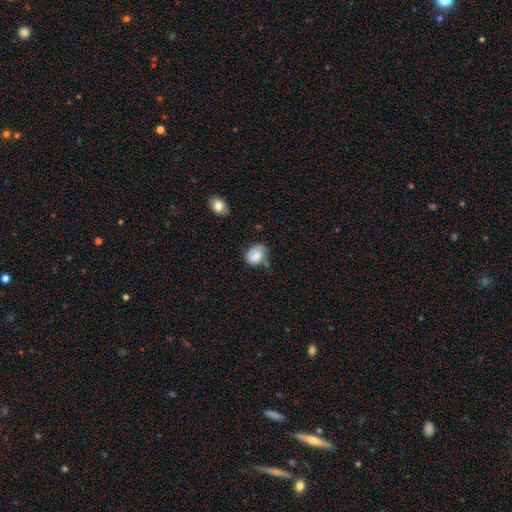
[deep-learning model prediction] The model was most divided on "merging": none: 49%, minor disturbance: 35%, major disturbance: 10%, merger: 7%. More confident: smooth or featured — smooth (77%); how rounded — in between (70%).